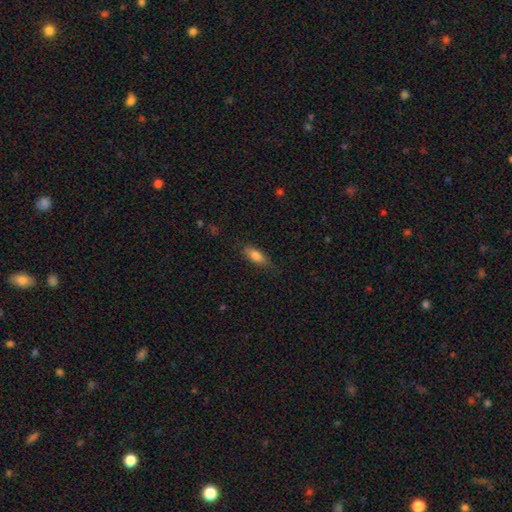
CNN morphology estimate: smooth_or_featured: smooth (p=0.79) [alt: featured or disk p=0.13]
how_rounded: in between (p=0.70) [alt: cigar-shaped p=0.28]
merging: none (p=0.80) [alt: minor disturbance p=0.16]